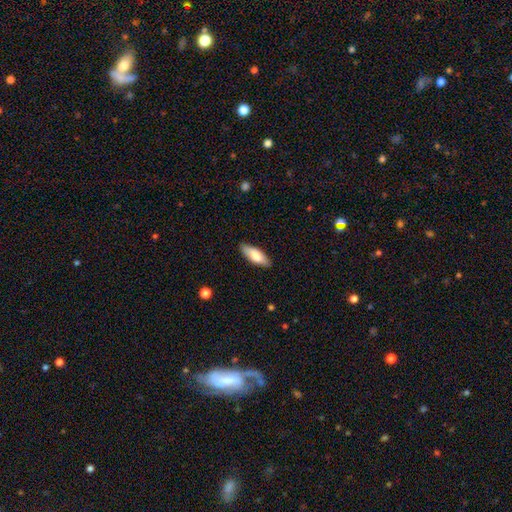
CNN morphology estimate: smooth-or-featured: smooth: 75% | featured or disk: 20% | star or artifact: 6%
  how-rounded: in between: 66% | cigar-shaped: 32% | round: 2%
  merging: none: 86% | minor disturbance: 11% | major disturbance: 2% | merger: 1%